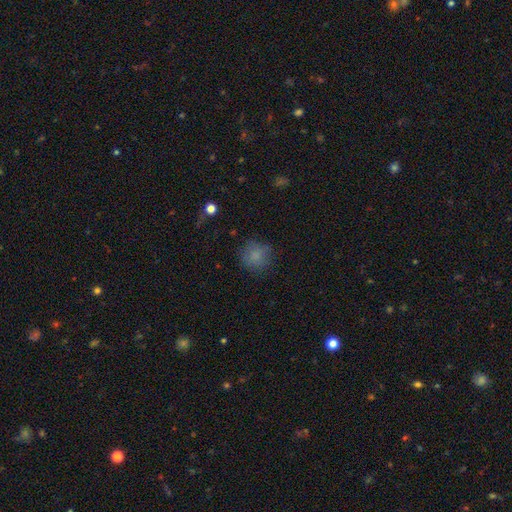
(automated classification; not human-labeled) smooth 79%, star or artifact 12%, featured or disk 9%. Down the decision tree: how rounded — round (88%); merging — none (74%).